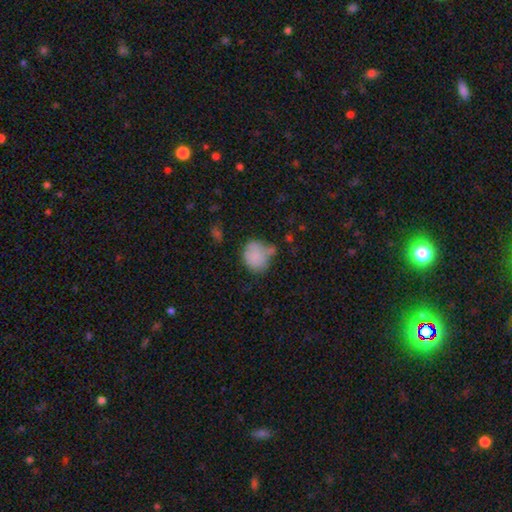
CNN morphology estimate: Smooth or featured?
  - smooth: 81% *
  - featured or disk: 10%
  - star or artifact: 9%
How rounded?
  - round: 69% *
  - in between: 30%
  - cigar-shaped: 1%
Merging?
  - none: 47% *
  - minor disturbance: 29%
  - merger: 14%
  - major disturbance: 11%